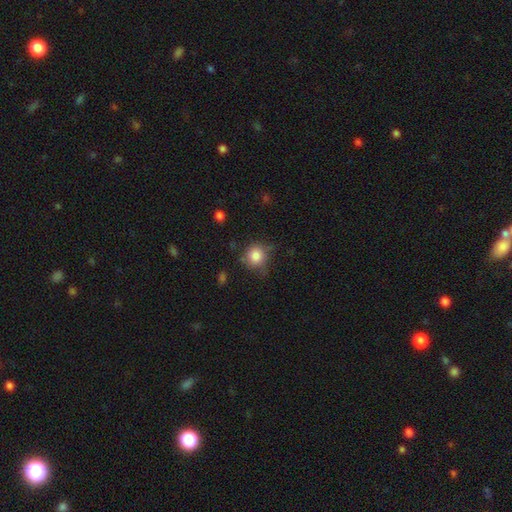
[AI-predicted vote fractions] Overall: smooth (83%). How rounded: round (89%). Merging: none (67%).